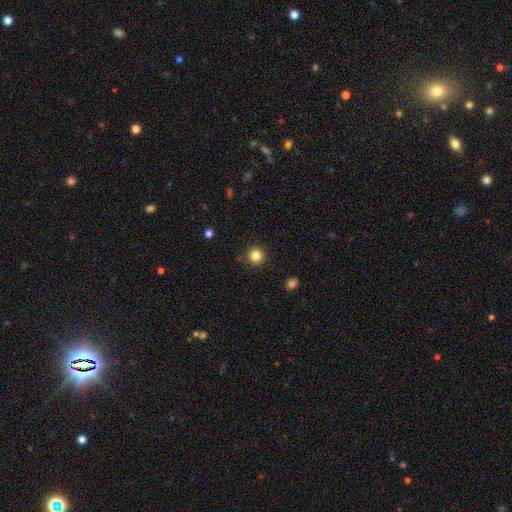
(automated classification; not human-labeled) Smooth or featured? Predicted: smooth (p=0.83). How rounded? Predicted: round (p=0.95). Merging? Predicted: none (p=0.90).